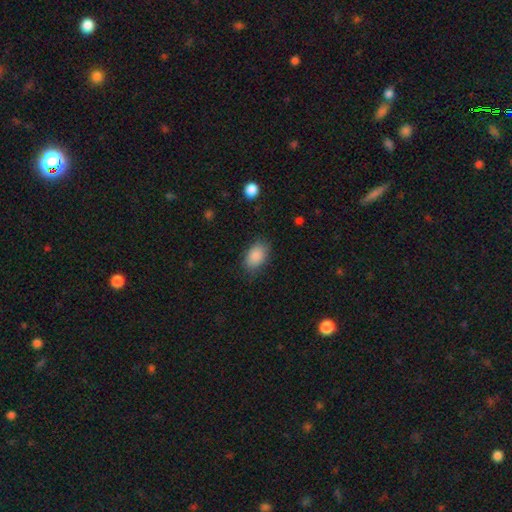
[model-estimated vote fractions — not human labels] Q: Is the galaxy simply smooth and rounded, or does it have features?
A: smooth — 88%.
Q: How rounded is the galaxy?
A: in between — 86%.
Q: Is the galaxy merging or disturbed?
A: none — 79%.